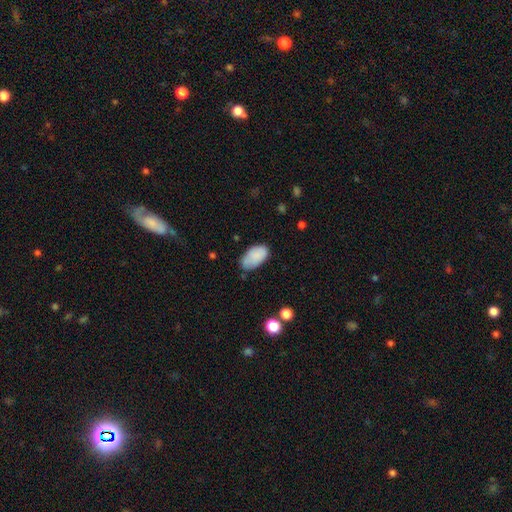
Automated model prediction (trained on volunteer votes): Overall: smooth (85%). How rounded: in between (95%). Merging: none (64%; minor disturbance 28%).